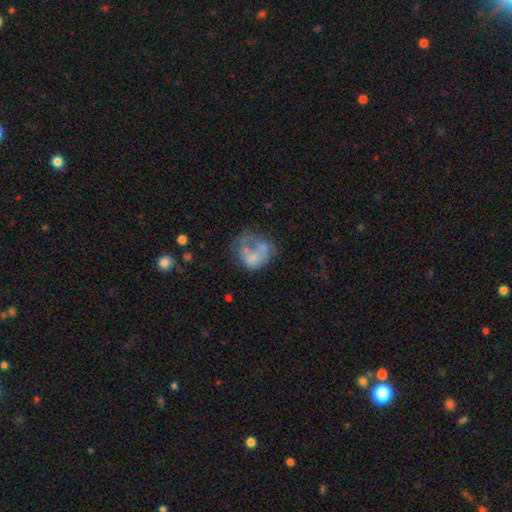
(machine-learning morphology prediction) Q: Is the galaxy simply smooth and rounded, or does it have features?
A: smooth — 48%.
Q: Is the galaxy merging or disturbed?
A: major disturbance — 31%.